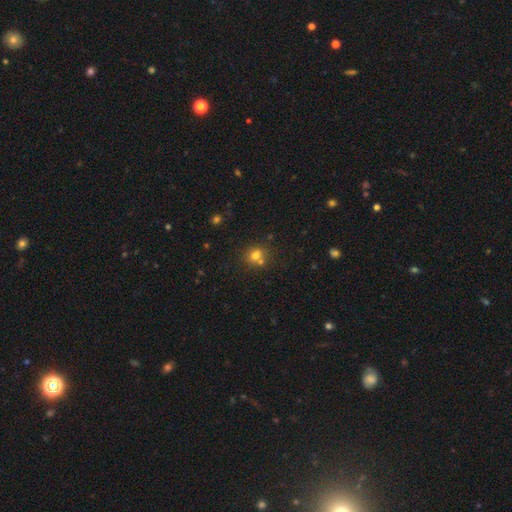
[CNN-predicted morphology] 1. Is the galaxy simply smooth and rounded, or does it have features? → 70% smooth, 18% star or artifact, 12% featured or disk.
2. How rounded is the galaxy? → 73% round, 26% in between, 1% cigar-shaped.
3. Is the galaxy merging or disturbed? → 54% none, 33% merger, 10% minor disturbance, 3% major disturbance.